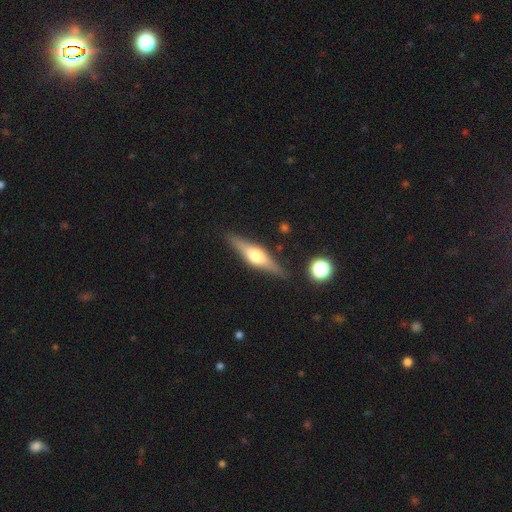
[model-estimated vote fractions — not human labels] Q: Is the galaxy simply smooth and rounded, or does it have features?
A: featured or disk — 63%.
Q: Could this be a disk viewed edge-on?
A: yes — 95%.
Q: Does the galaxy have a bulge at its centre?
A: rounded — 91%.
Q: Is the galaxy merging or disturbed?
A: none — 86%.